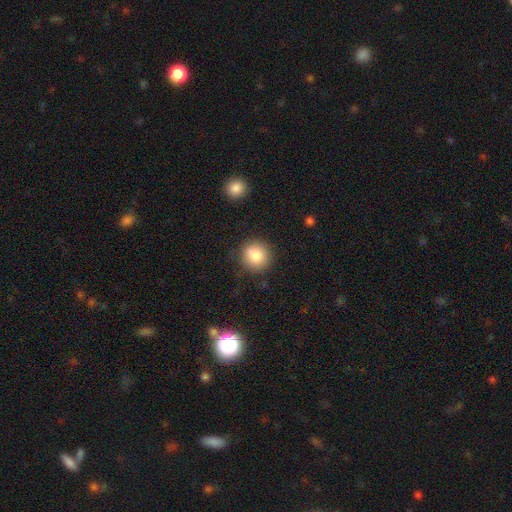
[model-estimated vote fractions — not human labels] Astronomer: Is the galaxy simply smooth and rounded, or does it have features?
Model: smooth — 82%.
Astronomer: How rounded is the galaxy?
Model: round — 92%.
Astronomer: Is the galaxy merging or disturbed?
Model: none — 87%.